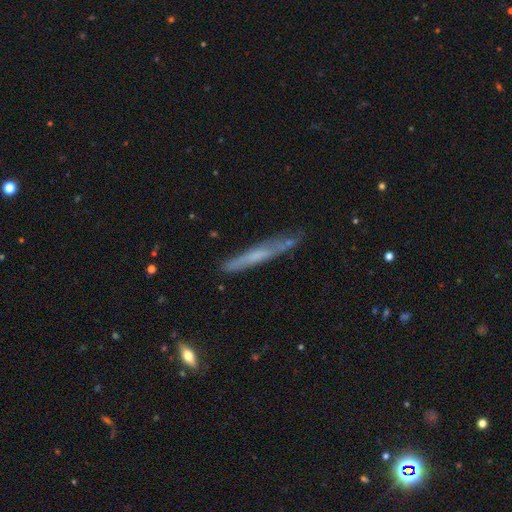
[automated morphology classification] type=featured or disk (50%); merging=none (75%).